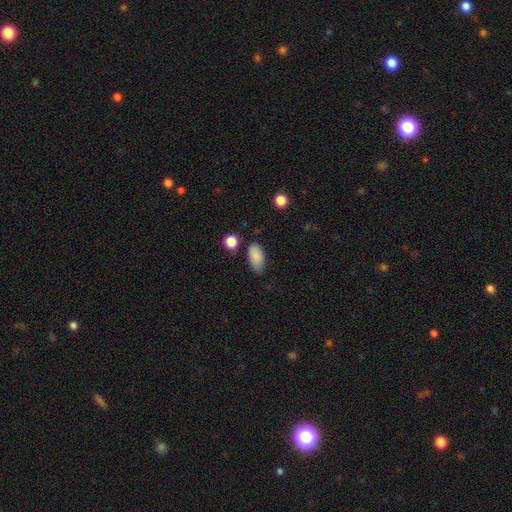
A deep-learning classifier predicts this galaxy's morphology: Smooth or featured? Predicted: smooth (p=0.86). How rounded? Predicted: in between (p=0.92). Merging? Predicted: none (p=0.72).